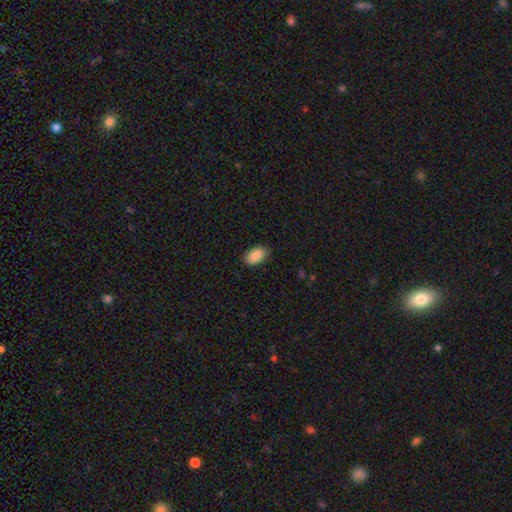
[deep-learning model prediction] smooth-or-featured: smooth: 89% | star or artifact: 7% | featured or disk: 4%
  how-rounded: in between: 92% | round: 6% | cigar-shaped: 1%
  merging: none: 86% | minor disturbance: 11% | major disturbance: 2% | merger: 1%